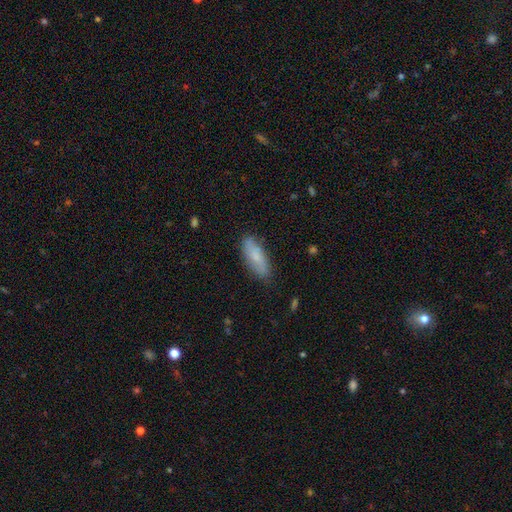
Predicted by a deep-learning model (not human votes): This is likely a smooth galaxy (73%). How rounded: likely in between (69%). Merging: clearly none (80%).